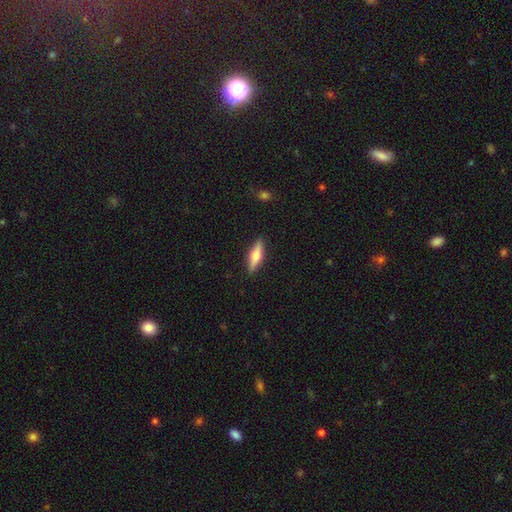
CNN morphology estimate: Smooth or featured: featured or disk — 49% (smooth — 45%)
Merging: none — 90% (minor disturbance — 8%)